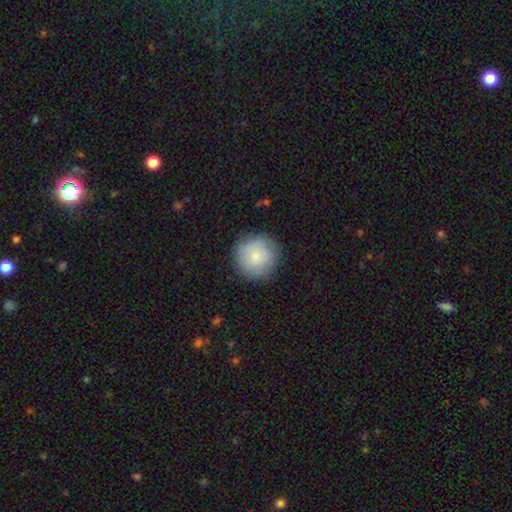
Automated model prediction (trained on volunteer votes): Morphology: type=smooth (80%); roundness=round (95%); merging=none (85%).